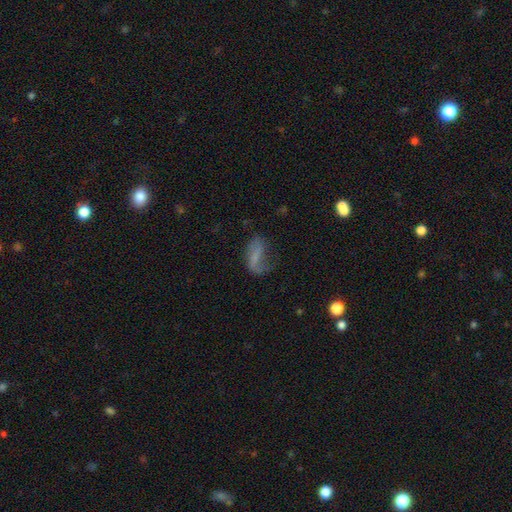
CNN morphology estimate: Overall: smooth (45%; featured or disk 43%). Merging: none (35%, tied with major disturbance).